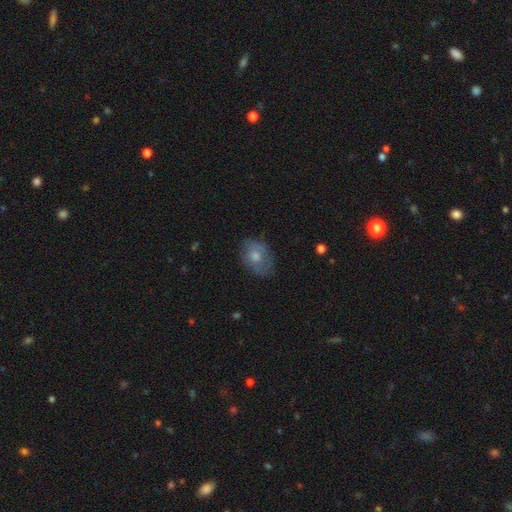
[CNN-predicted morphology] A smooth galaxy with no disk features (62%) that is in between round and cigar-shaped (67%).

Vote fractions:
- Smooth or featured? smooth: 62% / featured or disk: 30% / star or artifact: 8%
- How rounded? in between: 67% / round: 32% / cigar-shaped: 1%
- Merging? none: 68% / minor disturbance: 23% / major disturbance: 8% / merger: 1%